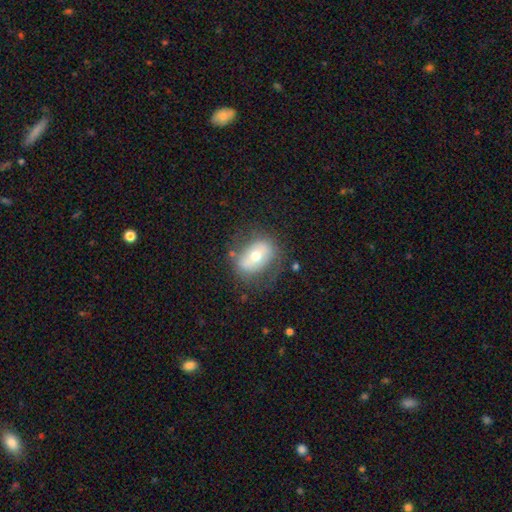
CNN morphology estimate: type=smooth (52%); roundness=in between (78%); merging=none (66%).